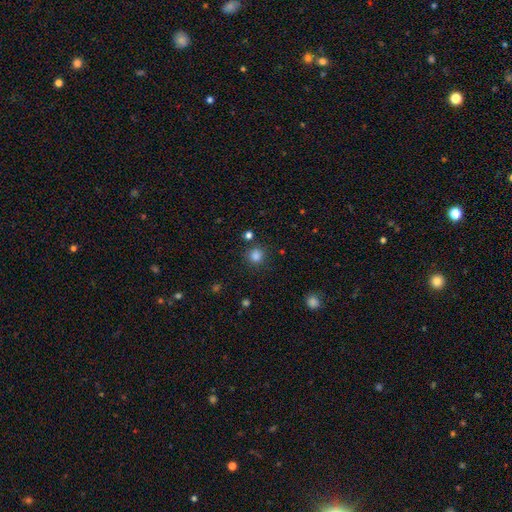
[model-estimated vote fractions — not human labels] The model was most divided on "smooth or featured": smooth: 83%, star or artifact: 14%, featured or disk: 4%. More confident: how rounded — round (91%); merging — none (85%).